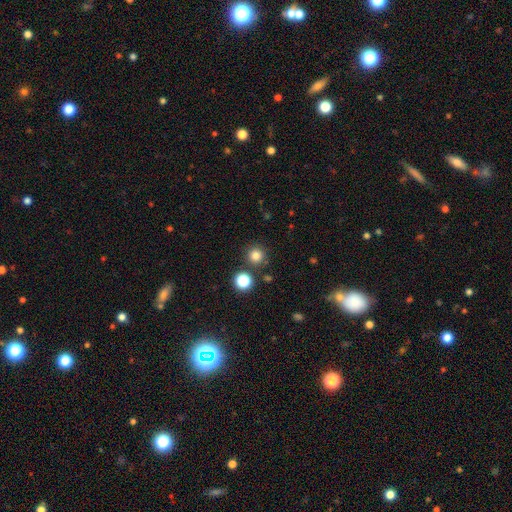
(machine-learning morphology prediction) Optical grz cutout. It shows a smooth galaxy with no disk features (80%) that is round (95%). Merging: none (86%).